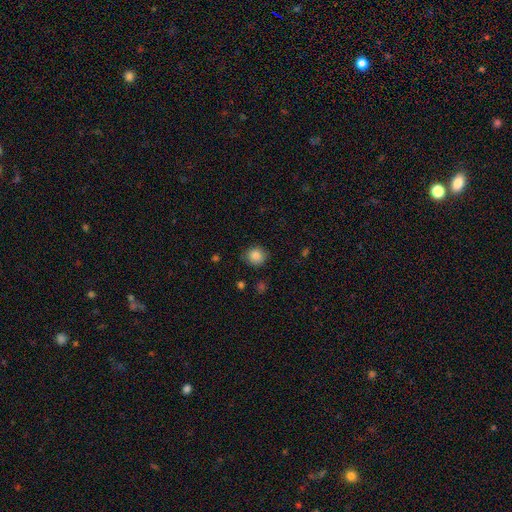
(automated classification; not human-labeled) smooth 85%, star or artifact 10%, featured or disk 5%. Down the decision tree: how rounded — round (87%); merging — none (84%).